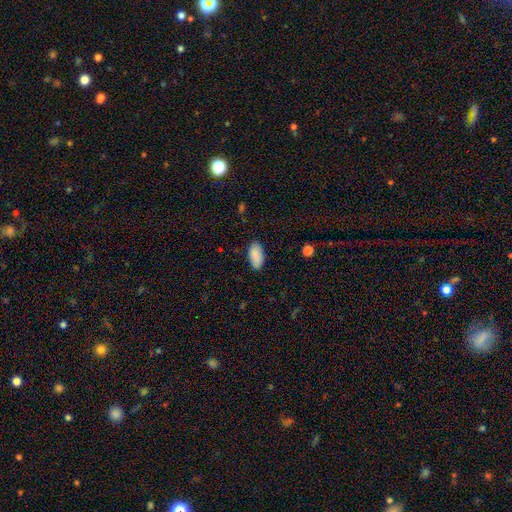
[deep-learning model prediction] smooth-or-featured: smooth: 89% | star or artifact: 6% | featured or disk: 4%
  how-rounded: in between: 94% | cigar-shaped: 4% | round: 2%
  merging: none: 87% | minor disturbance: 10% | major disturbance: 2% | merger: 1%